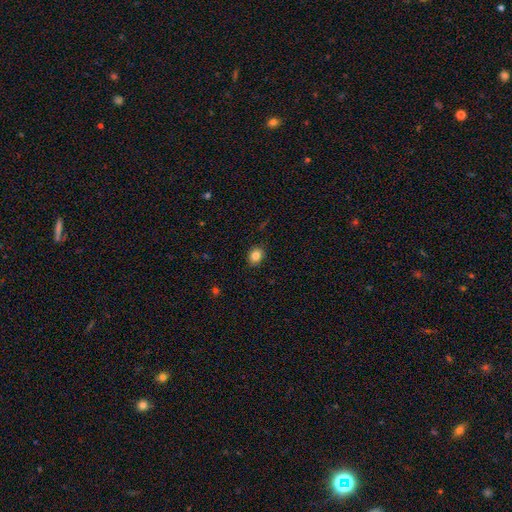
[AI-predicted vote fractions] A smooth galaxy with no disk features (84%) that is round (55%). Merging: none (88%).